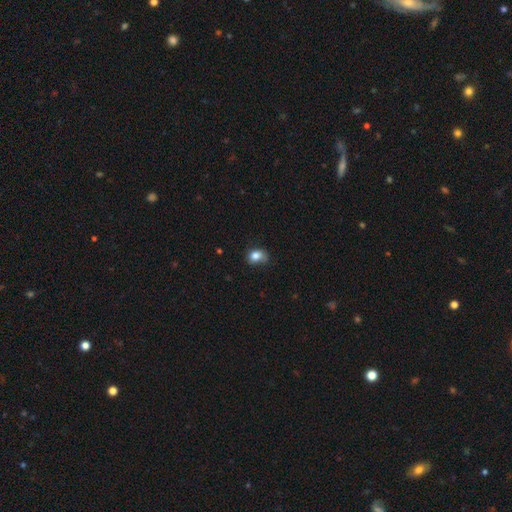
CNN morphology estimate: Smooth or featured: smooth — 82% (star or artifact — 10%)
How rounded: in between — 58% (round — 40%)
Merging: none — 52% (minor disturbance — 35%)